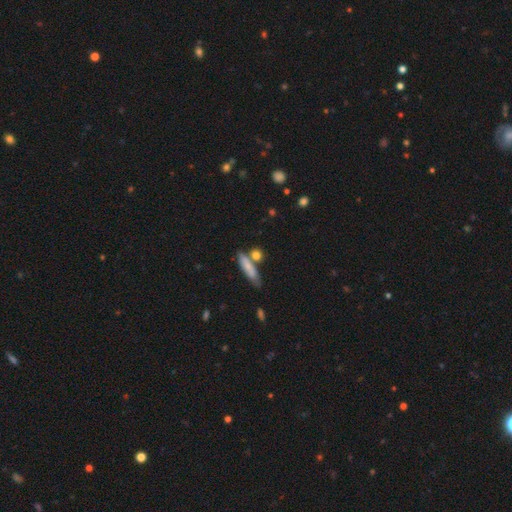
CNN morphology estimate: A smooth galaxy with no disk features (77%) that is cigar-shaped (39%). Merging: none (65%).